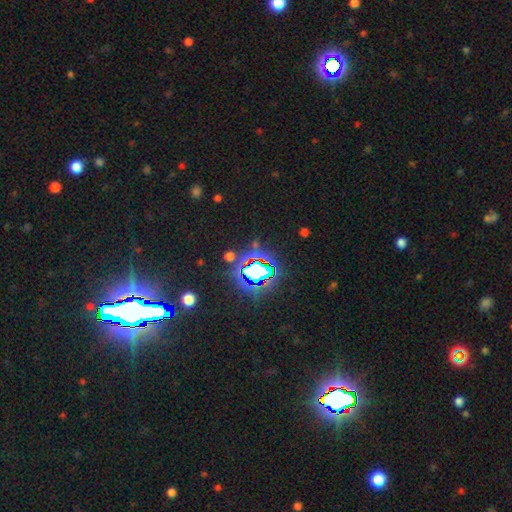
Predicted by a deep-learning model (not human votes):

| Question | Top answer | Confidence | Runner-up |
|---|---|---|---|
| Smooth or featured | star or artifact | 84% | smooth (9%) |